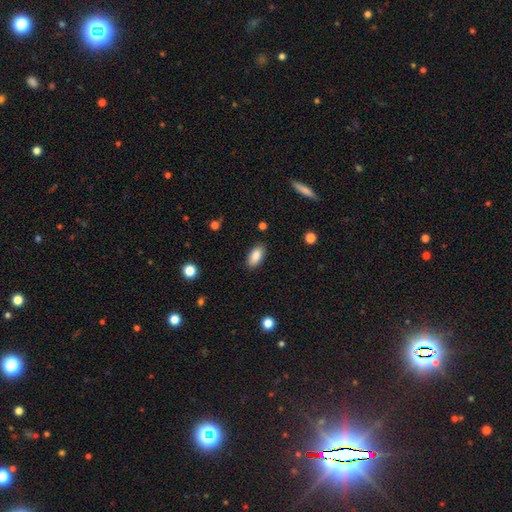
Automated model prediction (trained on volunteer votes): Morphology: type=smooth (85%); roundness=in between (91%); merging=none (87%).